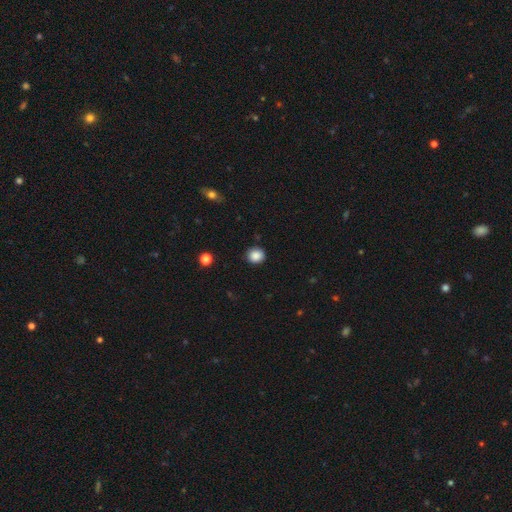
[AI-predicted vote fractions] Smooth or featured? smooth (87%)
How rounded? round (84%)
Merging? none (89%)